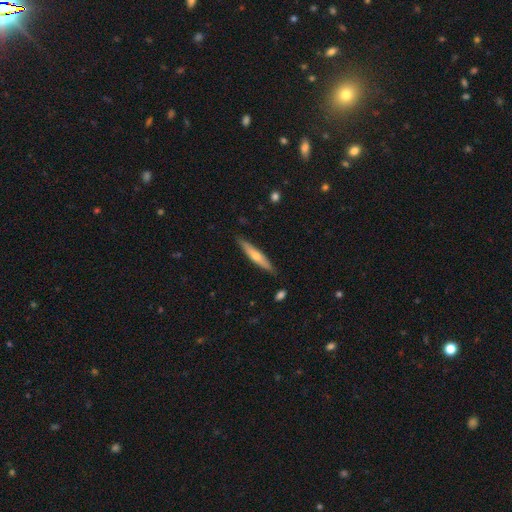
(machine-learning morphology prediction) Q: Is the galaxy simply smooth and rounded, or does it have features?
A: featured or disk — 50%.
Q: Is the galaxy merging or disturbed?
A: none — 87%.